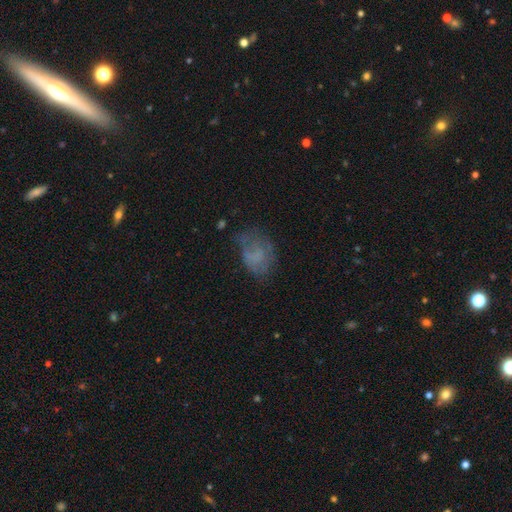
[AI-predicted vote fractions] smooth_or_featured: smooth (p=0.52) [alt: featured or disk p=0.34]
how_rounded: in between (p=0.75) [alt: round p=0.24]
merging: none (p=0.46) [alt: minor disturbance p=0.27]